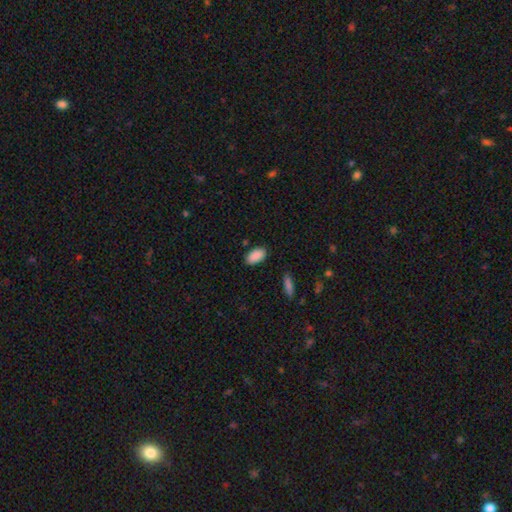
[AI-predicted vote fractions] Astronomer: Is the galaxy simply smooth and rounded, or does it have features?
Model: smooth — 90%.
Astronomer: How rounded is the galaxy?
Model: in between — 94%.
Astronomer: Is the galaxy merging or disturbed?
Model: none — 86%.